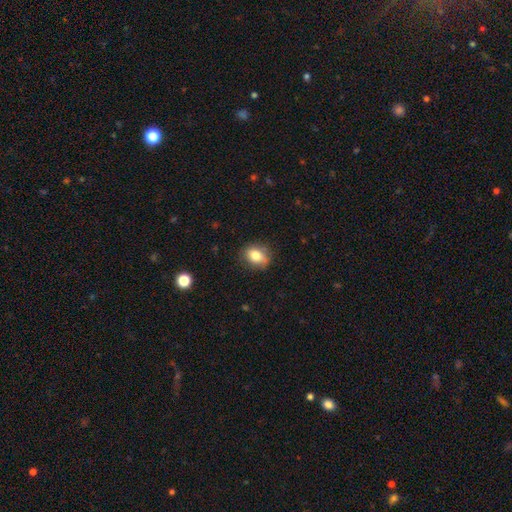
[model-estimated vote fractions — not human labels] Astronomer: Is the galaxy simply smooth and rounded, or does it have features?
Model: smooth — 78%.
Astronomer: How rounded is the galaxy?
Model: in between — 58% (runner-up: round, 40%).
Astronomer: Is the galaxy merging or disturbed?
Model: none — 76%.